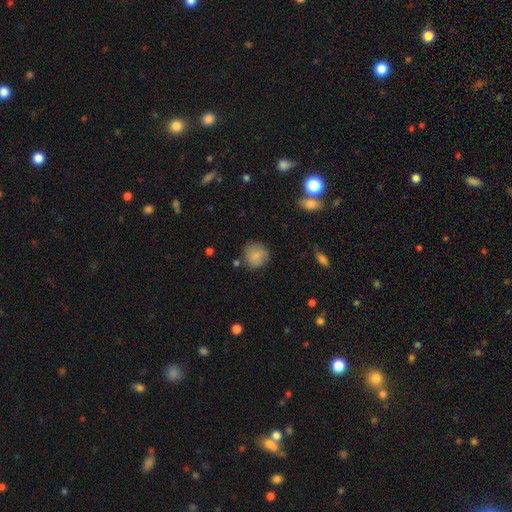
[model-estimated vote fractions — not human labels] smooth_or_featured: smooth (p=0.82) [alt: featured or disk p=0.09]
how_rounded: round (p=0.86) [alt: in between p=0.12]
merging: none (p=0.77) [alt: minor disturbance p=0.15]